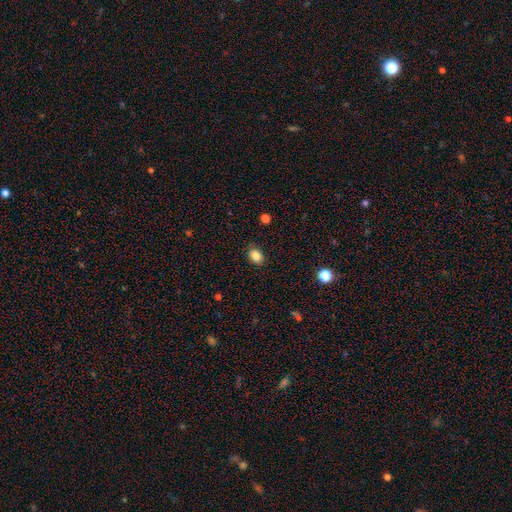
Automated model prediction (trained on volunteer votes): smooth-or-featured: smooth: 85% | star or artifact: 10% | featured or disk: 5%
  how-rounded: in between: 71% | round: 28% | cigar-shaped: 1%
  merging: none: 86% | minor disturbance: 11% | major disturbance: 2% | merger: 1%